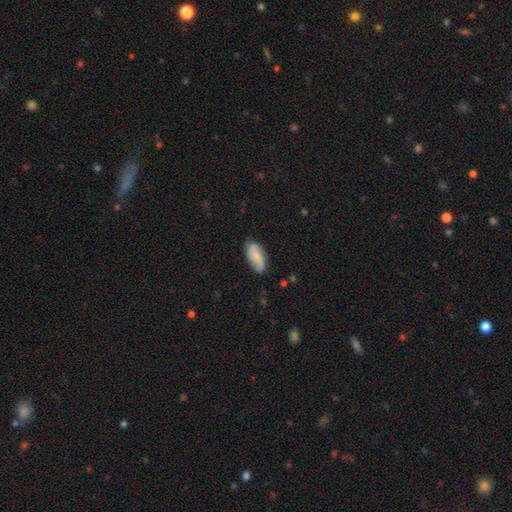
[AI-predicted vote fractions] A smooth galaxy with no disk features (51%) that is in between round and cigar-shaped (86%). Merging: none (78%).